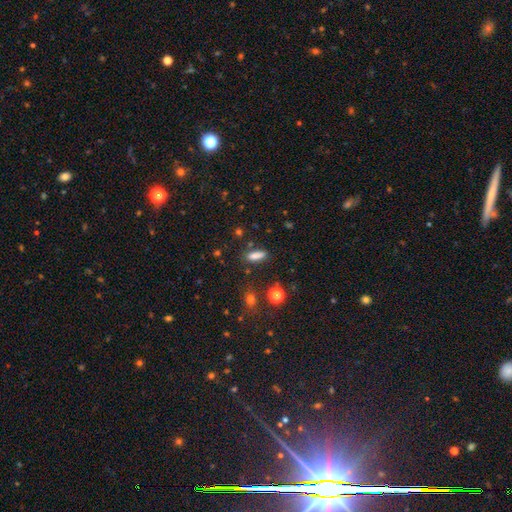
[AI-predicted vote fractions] The model was most divided on "how rounded": in between: 49%, cigar-shaped: 47%, round: 5%. More confident: smooth or featured — smooth (80%); merging — none (79%).